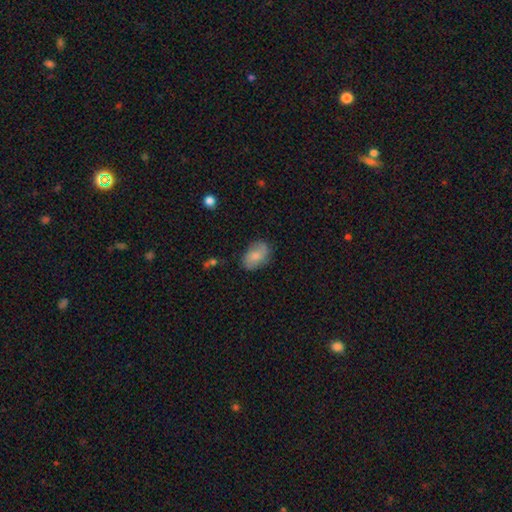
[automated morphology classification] The model was most divided on "smooth or featured": smooth: 69%, featured or disk: 24%, star or artifact: 7%. More confident: how rounded — in between (88%); merging — none (73%).